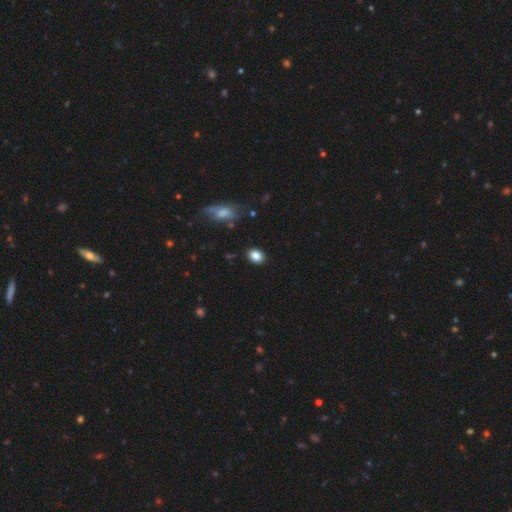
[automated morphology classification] smooth-or-featured: smooth: 86% | star or artifact: 9% | featured or disk: 5%
  how-rounded: in between: 66% | round: 32% | cigar-shaped: 1%
  merging: none: 87% | minor disturbance: 9% | major disturbance: 2% | merger: 2%